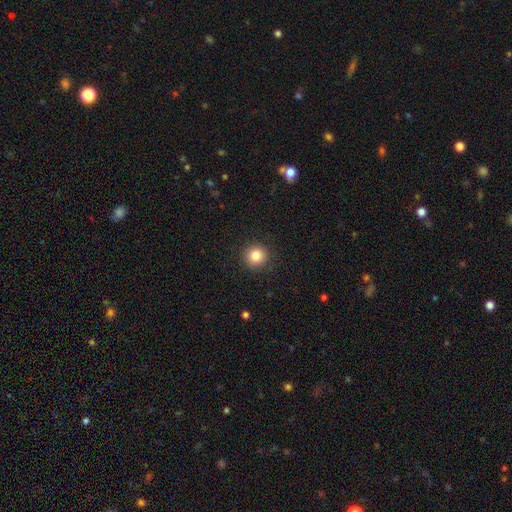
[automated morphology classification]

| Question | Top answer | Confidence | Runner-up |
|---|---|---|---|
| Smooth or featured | smooth | 83% | star or artifact (11%) |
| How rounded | round | 94% | in between (5%) |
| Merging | none | 91% | minor disturbance (6%) |